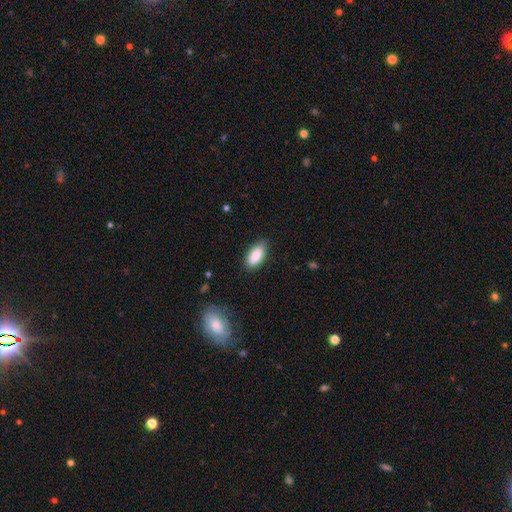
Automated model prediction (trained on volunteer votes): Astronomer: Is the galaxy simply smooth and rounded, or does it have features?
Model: smooth — 88%.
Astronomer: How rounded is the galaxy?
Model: in between — 90%.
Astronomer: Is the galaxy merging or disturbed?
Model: none — 82%.